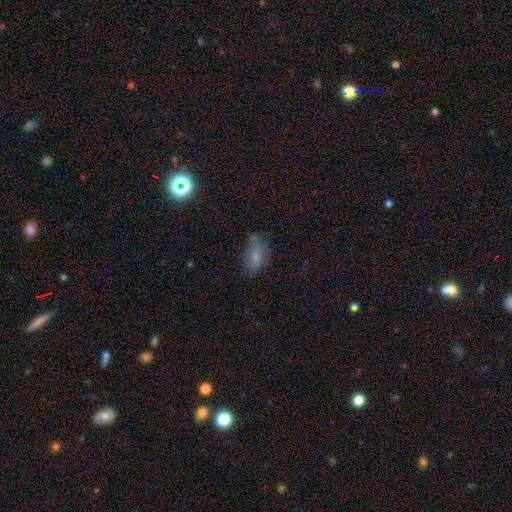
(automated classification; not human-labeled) This appears to be a smooth galaxy with no disk features (64%) that is in between round and cigar-shaped (87%). Merging: none (57%).